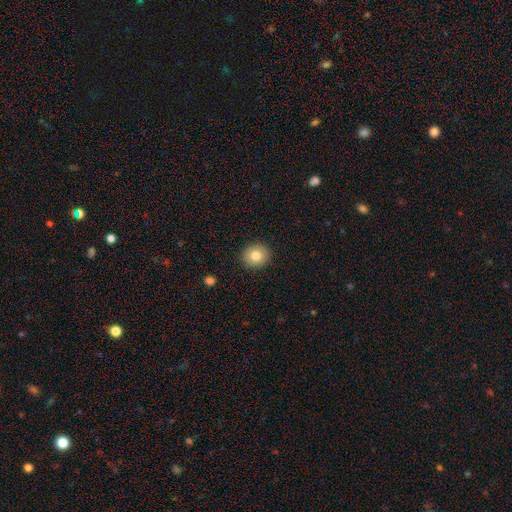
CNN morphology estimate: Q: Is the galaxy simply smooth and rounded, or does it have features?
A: smooth — 80%.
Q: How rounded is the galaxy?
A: round — 85%.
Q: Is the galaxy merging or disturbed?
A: none — 91%.